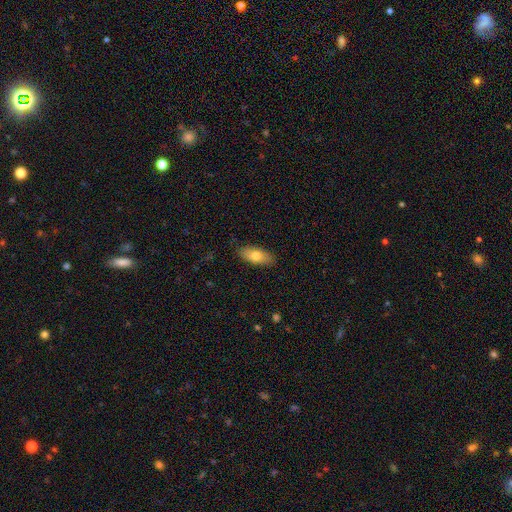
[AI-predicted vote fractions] Overall: smooth (75%). How rounded: in between (83%). Merging: none (87%).